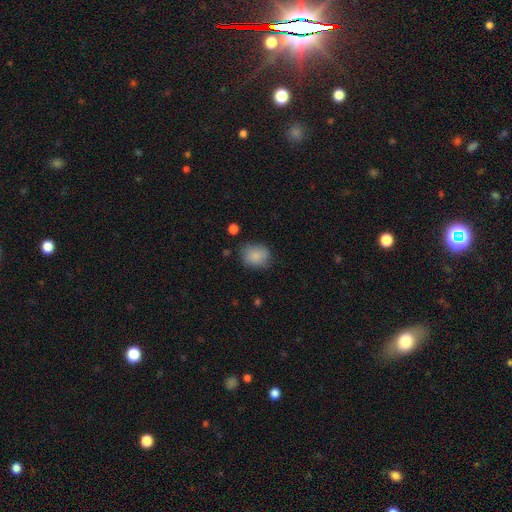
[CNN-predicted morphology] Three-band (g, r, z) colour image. It shows a smooth galaxy with no disk features (85%) that is round (56%). Merging: none (72%).